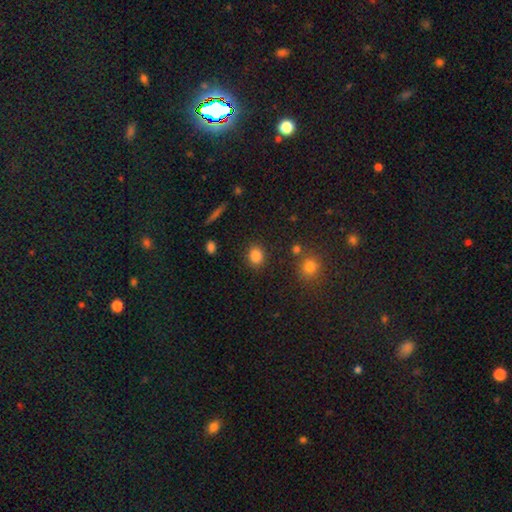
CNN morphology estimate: The model was most divided on "how rounded": round: 66%, in between: 33%, cigar-shaped: 1%. More confident: merging — none (86%); smooth or featured — smooth (85%).